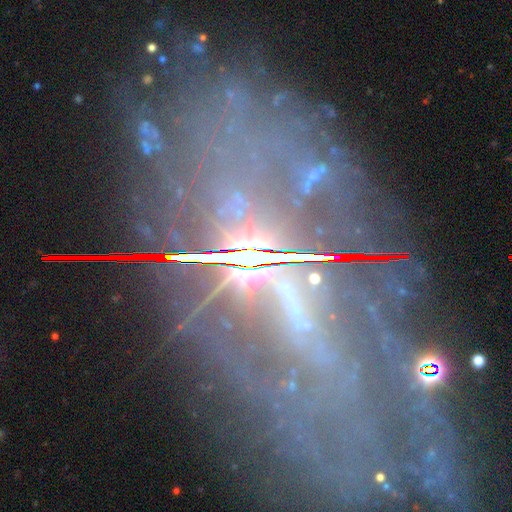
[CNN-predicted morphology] A star or artifact, not a galaxy (56%).